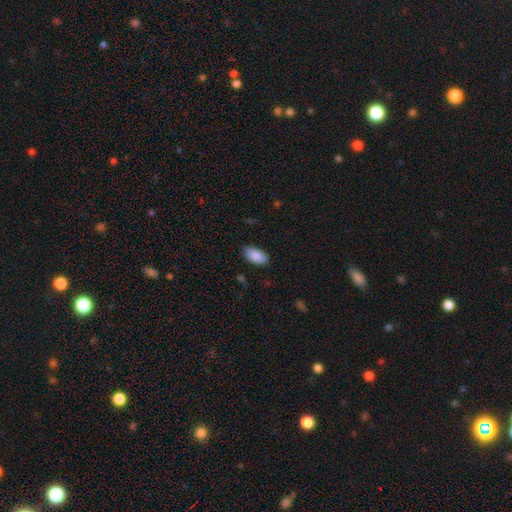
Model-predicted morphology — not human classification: Smooth or featured?
  - smooth: 90% *
  - star or artifact: 6%
  - featured or disk: 4%
How rounded?
  - in between: 94% *
  - cigar-shaped: 3%
  - round: 2%
Merging?
  - none: 83% *
  - minor disturbance: 13%
  - major disturbance: 2%
  - merger: 1%